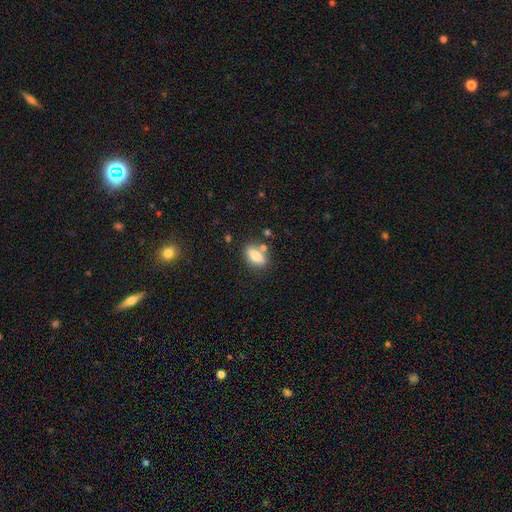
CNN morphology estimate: type=smooth (76%); roundness=in between (77%); merging=none (73%).